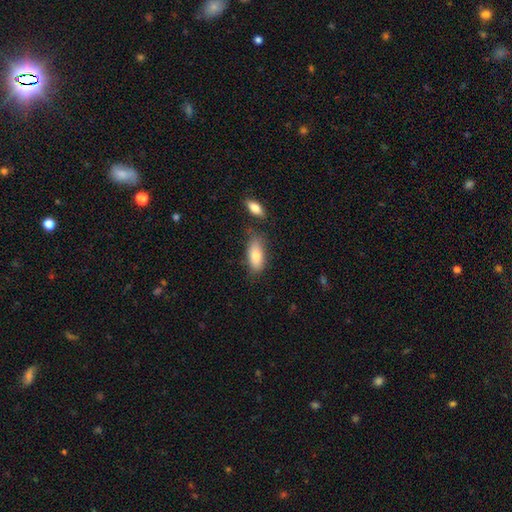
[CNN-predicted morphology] smooth-or-featured: smooth: 80% | featured or disk: 13% | star or artifact: 7%
  how-rounded: in between: 83% | cigar-shaped: 14% | round: 3%
  merging: none: 70% | minor disturbance: 18% | merger: 8% | major disturbance: 4%